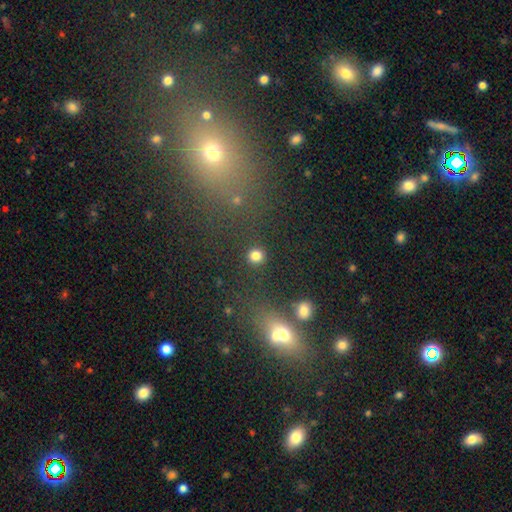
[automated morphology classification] Overall: smooth (83%). How rounded: round (89%). Merging: none (89%).